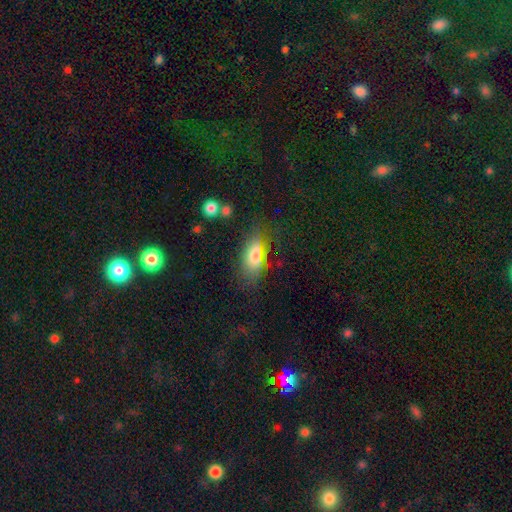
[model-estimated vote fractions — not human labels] The model was most divided on "merging": none: 68%, minor disturbance: 20%, major disturbance: 9%, merger: 4%. More confident: how rounded — in between (85%); smooth or featured — smooth (74%).